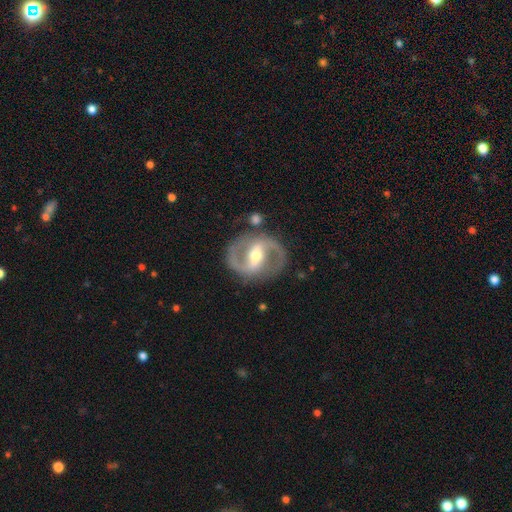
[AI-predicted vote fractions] Smooth or featured?
  - featured or disk: 89% *
  - smooth: 6%
  - star or artifact: 5%
Edge-on disk?
  - no: 97% *
  - yes: 3%
Bar?
  - strong: 51% *
  - weak: 35%
  - no: 14%
Spiral arms?
  - yes: 95% *
  - no: 5%
Spiral winding?
  - medium: 58% *
  - tight: 27%
  - loose: 15%
Spiral arm count?
  - 2: 92% *
  - can't tell: 3%
  - 1: 2%
  - 3: 1%
  - 4: 1%
  - more than 4: 1%
Bulge size?
  - moderate: 65% *
  - small: 26%
  - large: 7%
  - none: 1%
  - dominant: 1%
Merging?
  - none: 82% *
  - minor disturbance: 11%
  - major disturbance: 4%
  - merger: 3%